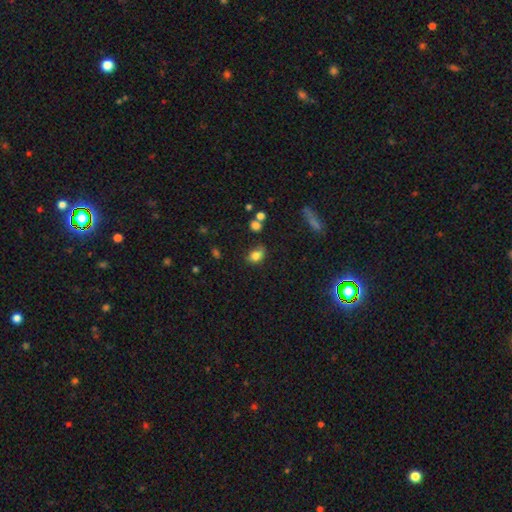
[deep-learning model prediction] A smooth galaxy with no disk features (82%) that is in between round and cigar-shaped (77%). Merging: none (61%).